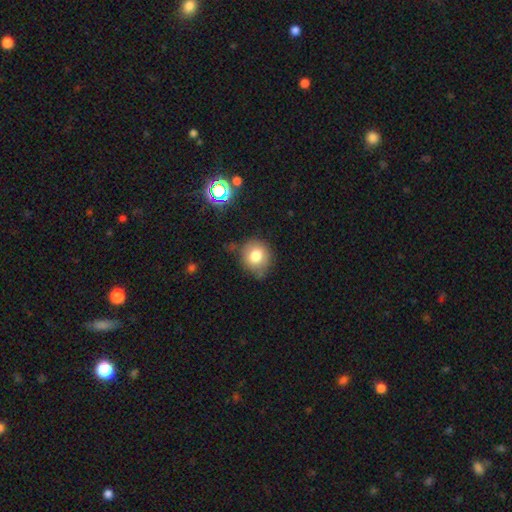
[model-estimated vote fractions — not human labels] Smooth or featured?
  - smooth: 78% *
  - star or artifact: 11%
  - featured or disk: 11%
How rounded?
  - round: 82% *
  - in between: 17%
  - cigar-shaped: 1%
Merging?
  - none: 69% *
  - minor disturbance: 22%
  - major disturbance: 5%
  - merger: 4%